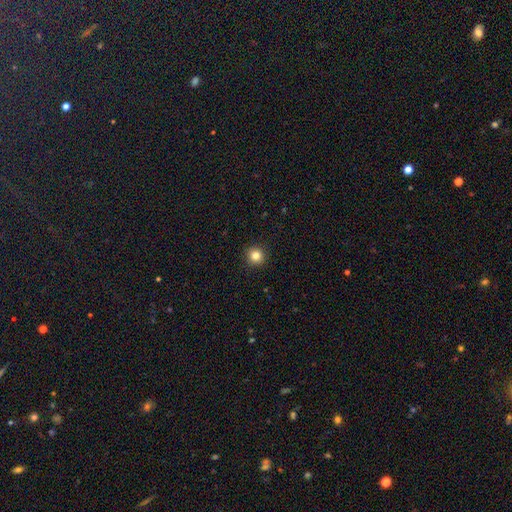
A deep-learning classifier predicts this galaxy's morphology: smooth-or-featured: smooth: 83% | star or artifact: 12% | featured or disk: 5%
  how-rounded: round: 95% | in between: 4% | cigar-shaped: 1%
  merging: none: 93% | minor disturbance: 4% | major disturbance: 2% | merger: 1%